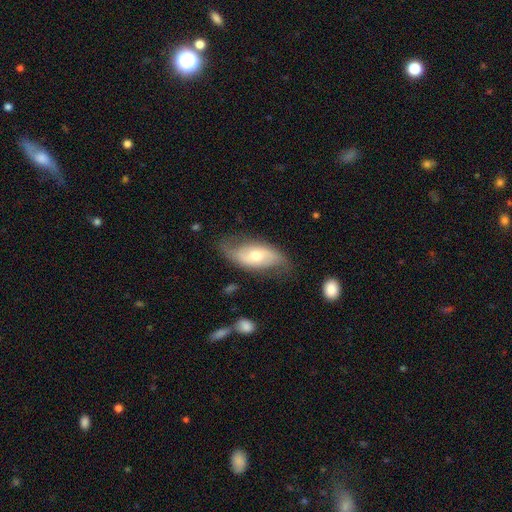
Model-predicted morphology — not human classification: This appears to be a featured or disk galaxy (60%) with no bar (57%), spiral arms (79%) and a moderate central bulge (61%). Merging: none (65%).